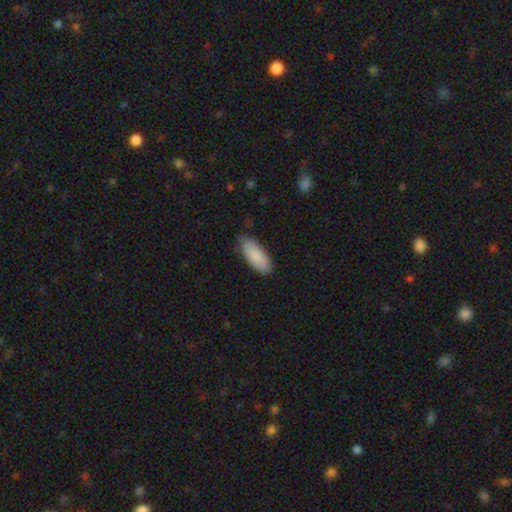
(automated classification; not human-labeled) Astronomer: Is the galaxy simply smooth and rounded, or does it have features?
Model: smooth — 89%.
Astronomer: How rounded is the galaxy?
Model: in between — 80%.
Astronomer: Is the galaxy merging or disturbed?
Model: none — 80%.